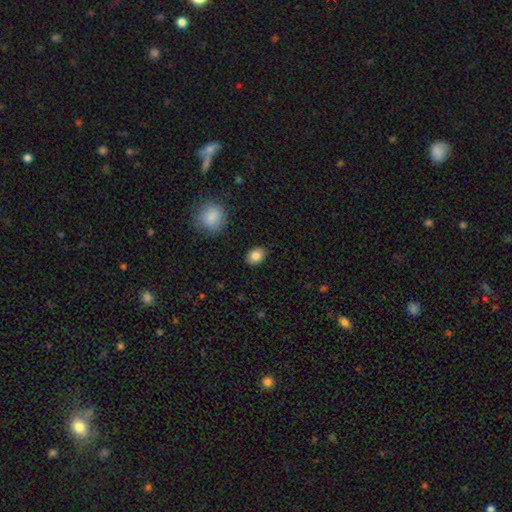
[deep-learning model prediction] Smooth or featured? smooth (84%)
How rounded? in between (71%)
Merging? none (87%)